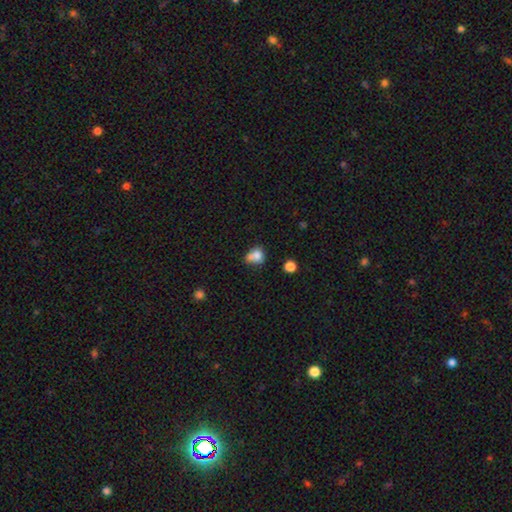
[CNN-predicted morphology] smooth 75%, featured or disk 13%, star or artifact 11%. Down the decision tree: how rounded — round (53%); merging — merger (42%).